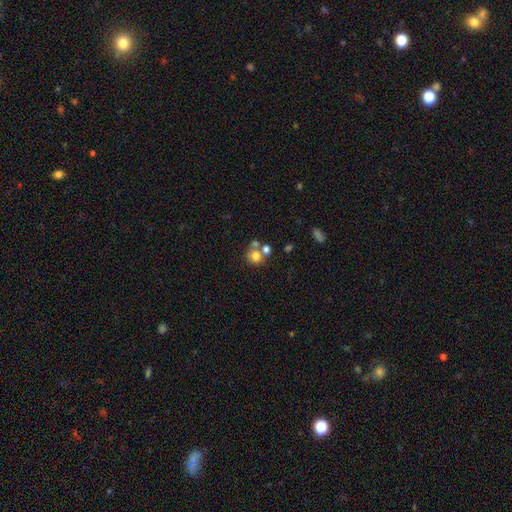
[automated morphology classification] Q: Smooth or featured?
A: smooth (72%); runner-up: featured or disk (16%)
Q: How rounded?
A: round (82%); runner-up: in between (18%)
Q: Merging?
A: none (46%); runner-up: merger (40%)